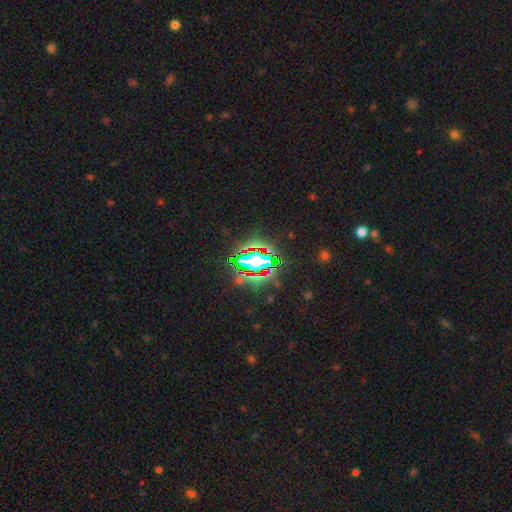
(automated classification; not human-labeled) A star or artifact, not a galaxy (78%).